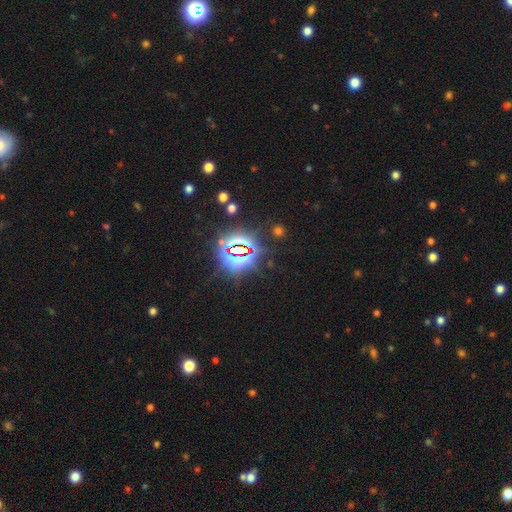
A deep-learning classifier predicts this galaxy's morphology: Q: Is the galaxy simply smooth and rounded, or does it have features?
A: star or artifact — 85%.